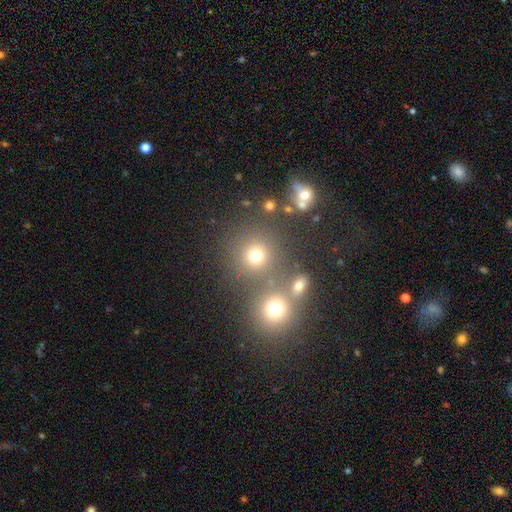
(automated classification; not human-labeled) A smooth galaxy with no disk features (73%) that is round (89%).

Vote fractions:
- Smooth or featured? smooth: 73% / star or artifact: 19% / featured or disk: 8%
- How rounded? round: 89% / in between: 10% / cigar-shaped: 1%
- Merging? none: 67% / merger: 21% / minor disturbance: 7% / major disturbance: 4%